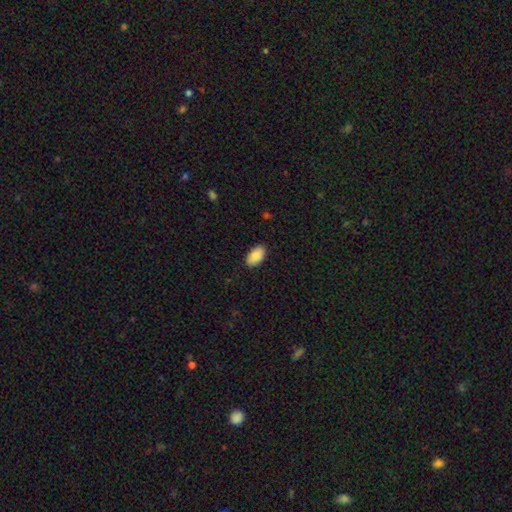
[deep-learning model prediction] smooth-or-featured: smooth: 88% | star or artifact: 6% | featured or disk: 5%
  how-rounded: in between: 95% | round: 3% | cigar-shaped: 2%
  merging: none: 89% | minor disturbance: 9% | major disturbance: 2% | merger: 1%